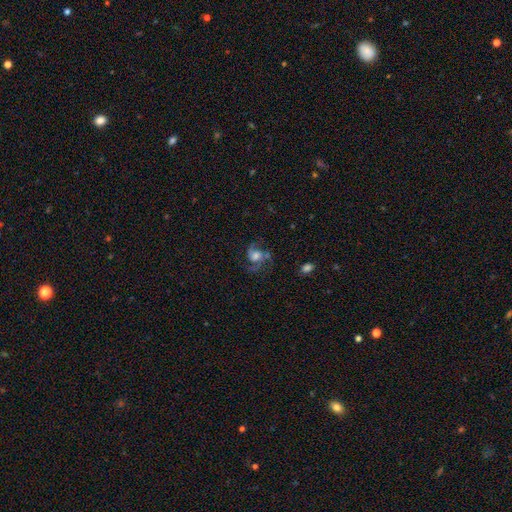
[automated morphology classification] smooth-or-featured: featured or disk: 69% | smooth: 21% | star or artifact: 10%
  disk-edge-on: no: 98% | yes: 2%
    bar: no: 64% | weak: 30% | strong: 6%
    has-spiral-arms: yes: 90% | no: 10%
      spiral-winding: medium: 51% | loose: 34% | tight: 15%
      spiral-arm-count: 2: 67% | 3: 12% | can't tell: 9% | 1: 7% | 4: 3% | more than 4: 3%
    bulge-size: large: 36% (tied) | moderate: 36% (tied) | small: 14% | none: 9% | dominant: 5%
  merging: none: 54% | major disturbance: 24% | minor disturbance: 19% | merger: 4%